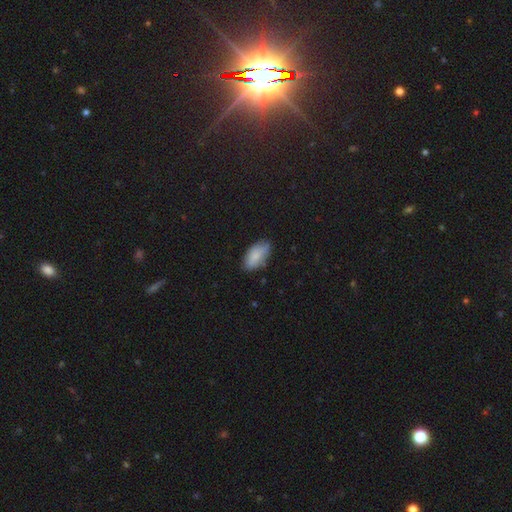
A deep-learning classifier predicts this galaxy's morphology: smooth-or-featured: smooth: 81% | featured or disk: 13% | star or artifact: 6%
  how-rounded: in between: 93% | cigar-shaped: 5% | round: 2%
  merging: none: 73% | minor disturbance: 22% | major disturbance: 4% | merger: 2%